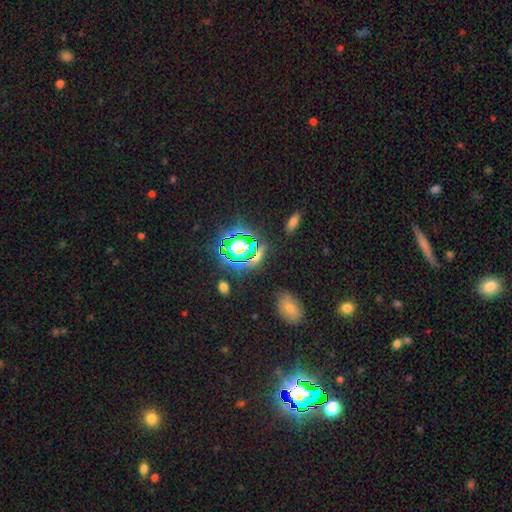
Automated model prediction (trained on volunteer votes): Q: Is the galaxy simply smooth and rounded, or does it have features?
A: star or artifact — 71%.